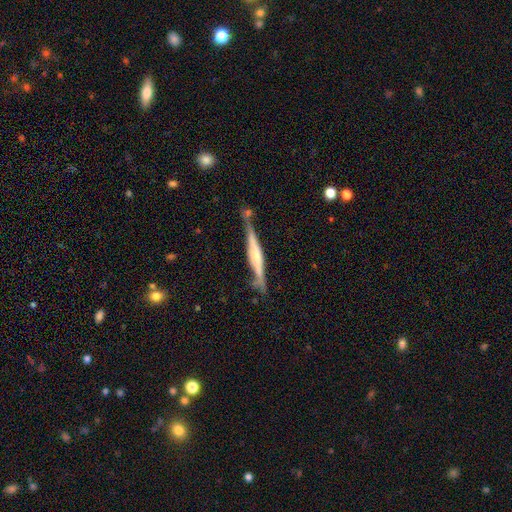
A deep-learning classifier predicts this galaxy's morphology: Smooth or featured?
  - featured or disk: 72% *
  - smooth: 22%
  - star or artifact: 6%
Edge-on disk?
  - yes: 95% *
  - no: 5%
Edge-on bulge?
  - rounded: 57% *
  - boxy: 27%
  - none: 17%
Merging?
  - none: 70% *
  - minor disturbance: 19%
  - merger: 7%
  - major disturbance: 5%